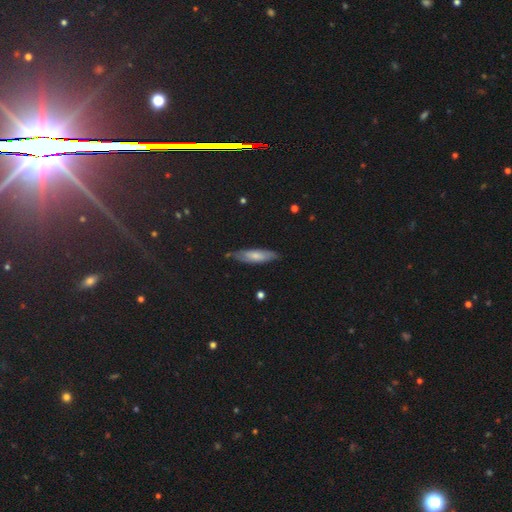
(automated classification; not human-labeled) smooth-or-featured: smooth: 60% | featured or disk: 32% | star or artifact: 8%
  how-rounded: cigar-shaped: 53% | in between: 45% | round: 2%
  merging: none: 77% | minor disturbance: 18% | major disturbance: 3% | merger: 2%